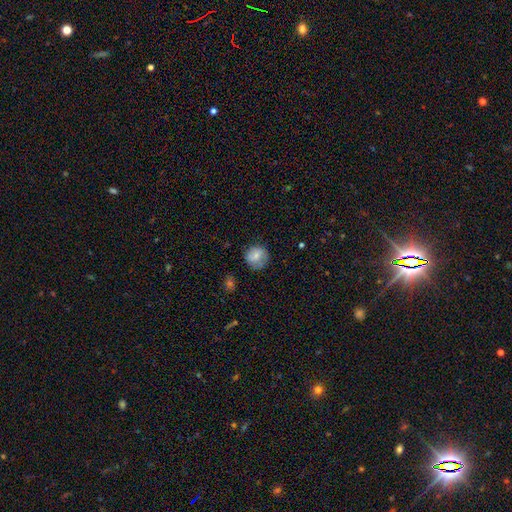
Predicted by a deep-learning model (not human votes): Smooth or featured?
  - smooth: 75% *
  - featured or disk: 17%
  - star or artifact: 8%
How rounded?
  - round: 88% *
  - in between: 11%
  - cigar-shaped: 1%
Merging?
  - none: 77% *
  - minor disturbance: 17%
  - major disturbance: 5%
  - merger: 2%